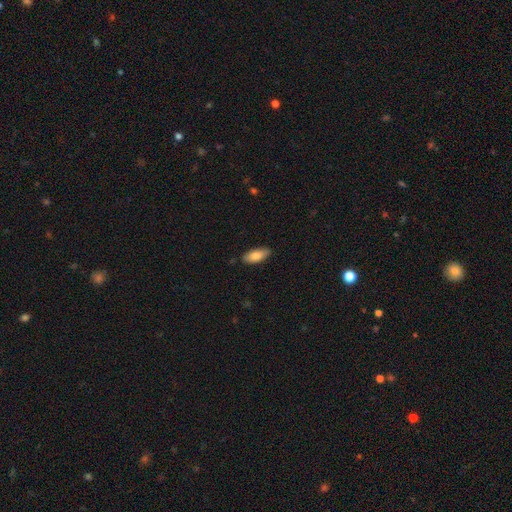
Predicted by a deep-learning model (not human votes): Q: Smooth or featured?
A: smooth (82%); runner-up: featured or disk (12%)
Q: How rounded?
A: in between (82%); runner-up: cigar-shaped (16%)
Q: Merging?
A: none (84%); runner-up: minor disturbance (13%)